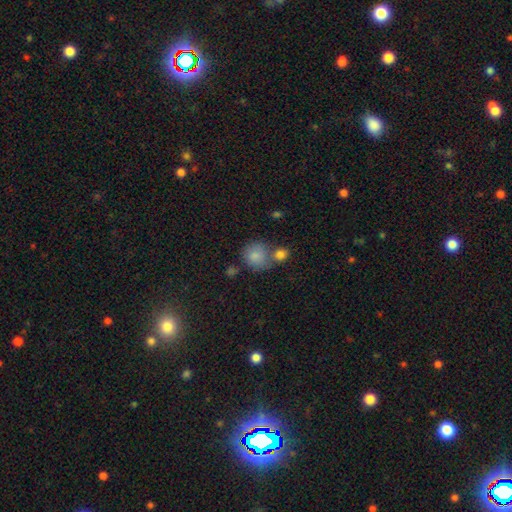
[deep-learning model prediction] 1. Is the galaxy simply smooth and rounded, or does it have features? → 82% smooth, 9% featured or disk, 8% star or artifact.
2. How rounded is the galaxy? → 80% round, 19% in between, 1% cigar-shaped.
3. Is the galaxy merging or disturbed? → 46% none, 31% merger, 16% minor disturbance, 7% major disturbance.